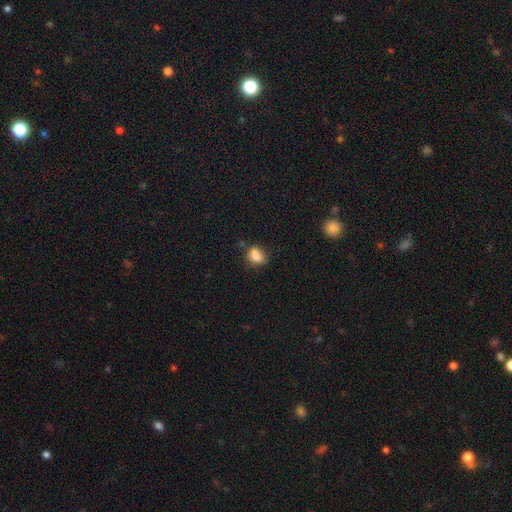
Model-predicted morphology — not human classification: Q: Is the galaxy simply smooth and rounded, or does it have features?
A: smooth — 83%.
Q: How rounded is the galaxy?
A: in between — 64%.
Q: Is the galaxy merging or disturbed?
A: none — 57%.